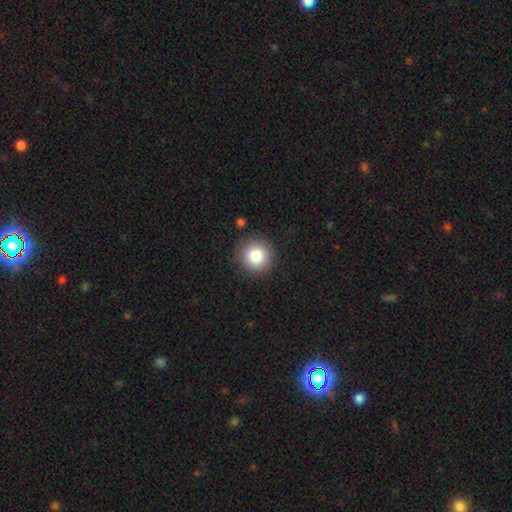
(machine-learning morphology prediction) smooth_or_featured: smooth (p=0.83) [alt: star or artifact p=0.10]
how_rounded: round (p=0.95) [alt: in between p=0.04]
merging: none (p=0.89) [alt: minor disturbance p=0.07]